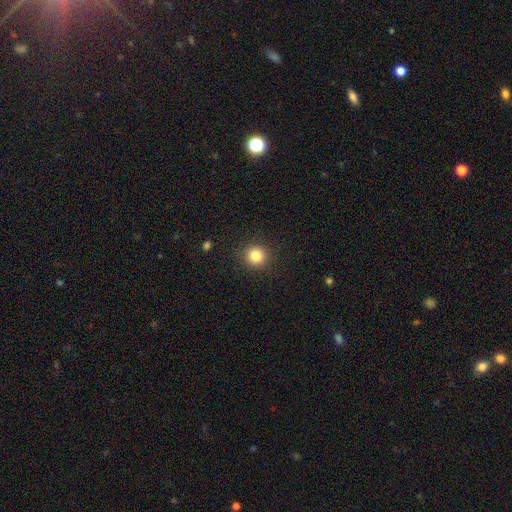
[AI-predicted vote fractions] Smooth or featured? smooth (83%)
How rounded? round (92%)
Merging? none (91%)